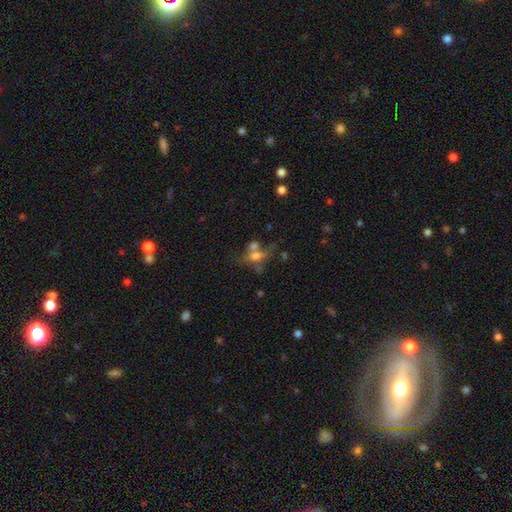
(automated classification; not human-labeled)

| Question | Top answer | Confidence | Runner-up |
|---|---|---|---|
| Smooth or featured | smooth | 50% | featured or disk (34%) |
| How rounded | in between | 60% | round (27%) |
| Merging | none | 38% | merger (36%) |